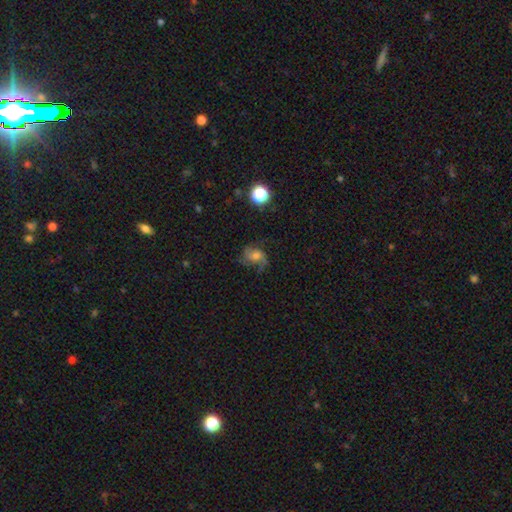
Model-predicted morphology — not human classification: A featured or disk galaxy (53%) with no bar (68%), spiral arms (84%) and a moderate central bulge (39%). Merging: none (48%).